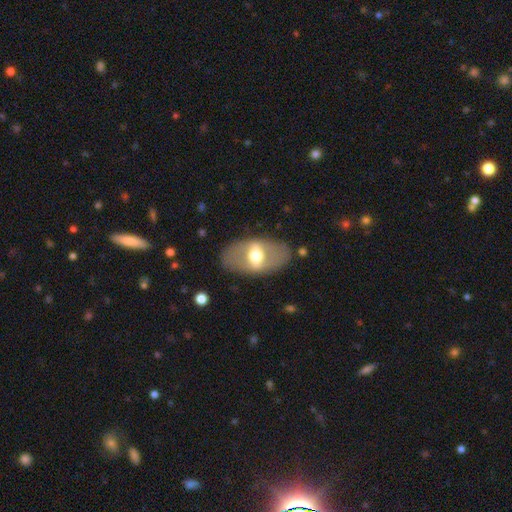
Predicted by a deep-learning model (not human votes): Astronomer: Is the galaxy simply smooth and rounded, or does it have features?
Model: featured or disk — 55% (runner-up: smooth, 39%).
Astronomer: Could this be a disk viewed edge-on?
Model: no — 82%.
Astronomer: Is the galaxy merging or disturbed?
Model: none — 80%.